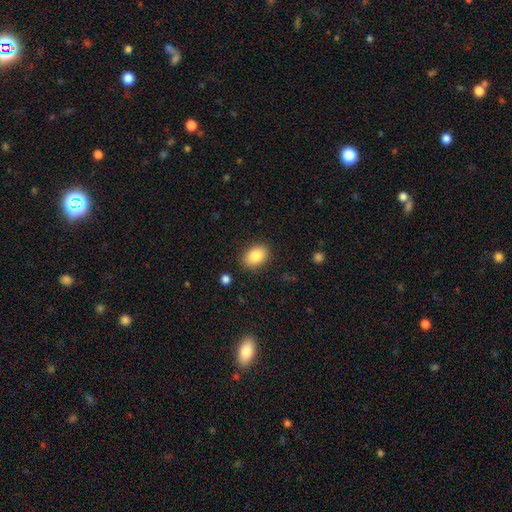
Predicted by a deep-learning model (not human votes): A smooth galaxy with no disk features (86%) that is in between round and cigar-shaped (80%).

Vote fractions:
- Smooth or featured? smooth: 86% / star or artifact: 7% / featured or disk: 6%
- How rounded? in between: 80% / round: 19% / cigar-shaped: 1%
- Merging? none: 87% / minor disturbance: 9% / major disturbance: 3% / merger: 1%